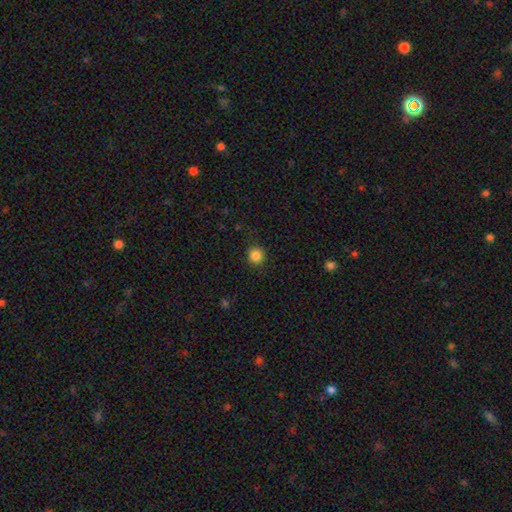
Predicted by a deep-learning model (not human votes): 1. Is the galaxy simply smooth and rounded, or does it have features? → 85% smooth, 11% star or artifact, 4% featured or disk.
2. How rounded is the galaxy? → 92% round, 7% in between, 1% cigar-shaped.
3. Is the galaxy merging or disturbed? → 88% none, 8% minor disturbance, 3% major disturbance, 1% merger.